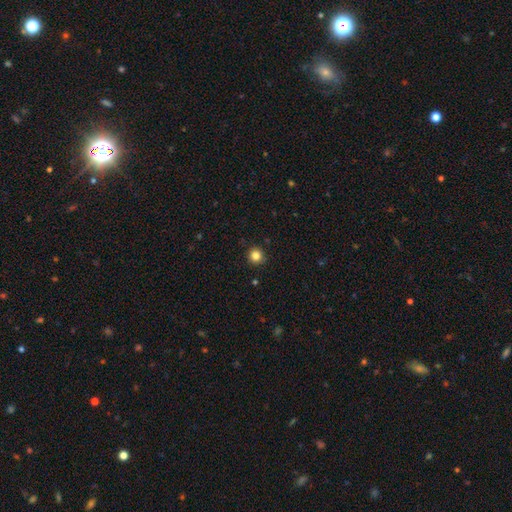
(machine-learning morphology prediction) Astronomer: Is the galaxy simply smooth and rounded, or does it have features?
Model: smooth — 84%.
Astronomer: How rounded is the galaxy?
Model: round — 94%.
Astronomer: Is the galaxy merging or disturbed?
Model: none — 91%.